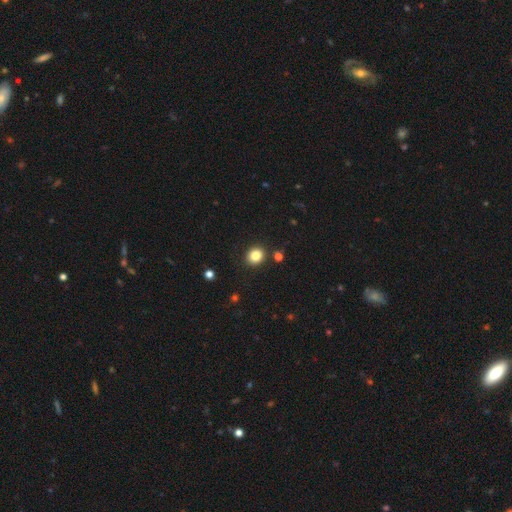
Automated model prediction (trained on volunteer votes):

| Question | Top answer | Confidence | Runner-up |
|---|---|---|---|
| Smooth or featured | smooth | 84% | star or artifact (11%) |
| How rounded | round | 73% | in between (27%) |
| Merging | none | 88% | minor disturbance (7%) |